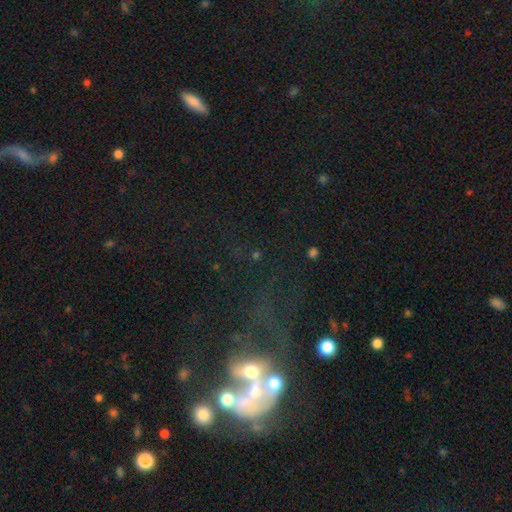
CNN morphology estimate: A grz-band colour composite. It shows a star or artifact, not a galaxy (62%).